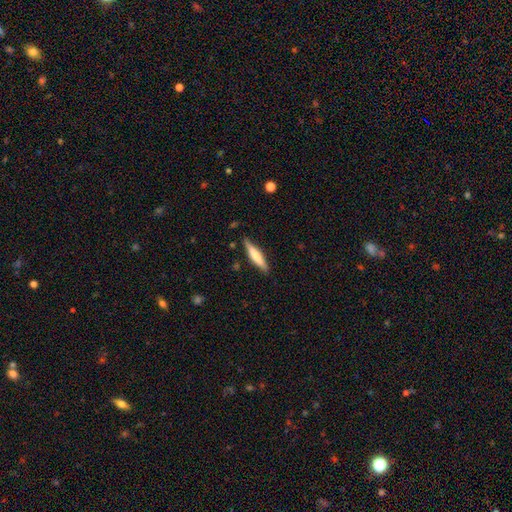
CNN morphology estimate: Smooth or featured?
  - smooth: 59% *
  - featured or disk: 35%
  - star or artifact: 6%
How rounded?
  - cigar-shaped: 86% *
  - in between: 13%
  - round: 1%
Merging?
  - none: 85% *
  - minor disturbance: 11%
  - major disturbance: 2%
  - merger: 2%